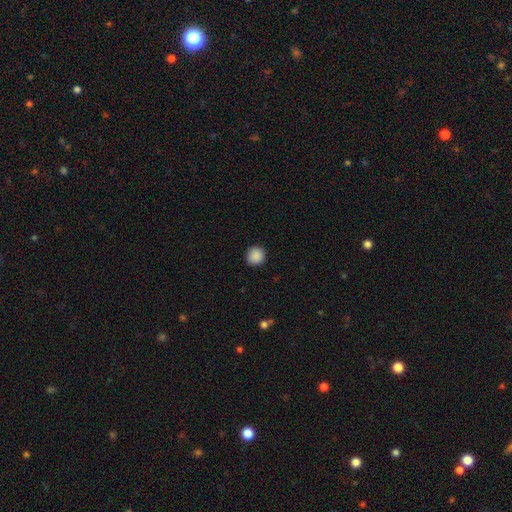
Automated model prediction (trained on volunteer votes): Smooth or featured? Predicted: smooth (p=0.89). How rounded? Predicted: round (p=0.93). Merging? Predicted: none (p=0.92).